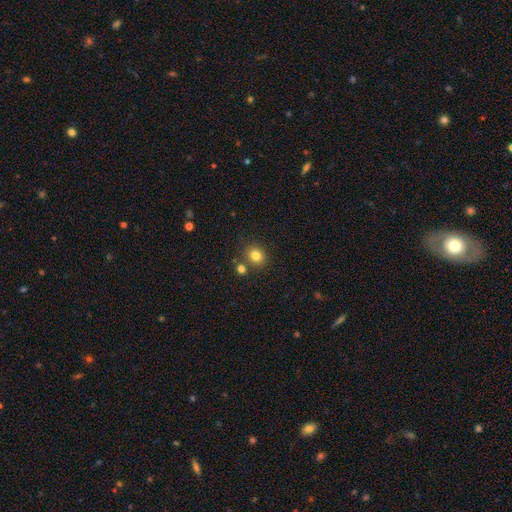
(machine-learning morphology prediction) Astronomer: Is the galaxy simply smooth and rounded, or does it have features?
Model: smooth — 81%.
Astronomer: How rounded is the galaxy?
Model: round — 76%.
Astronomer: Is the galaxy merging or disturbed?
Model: none — 77%.